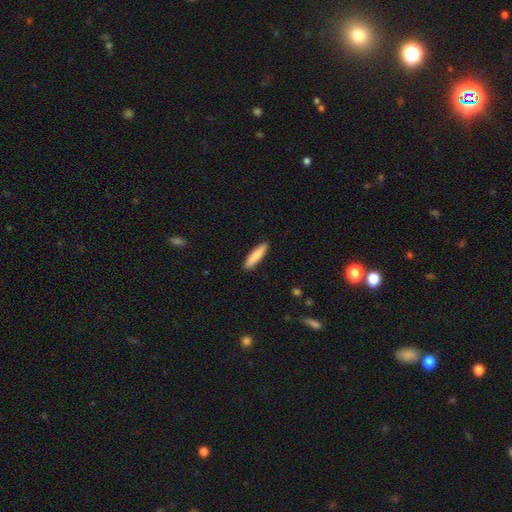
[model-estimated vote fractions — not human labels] This appears to be a smooth galaxy with no disk features (86%) that is cigar-shaped (77%). Merging: none (91%).